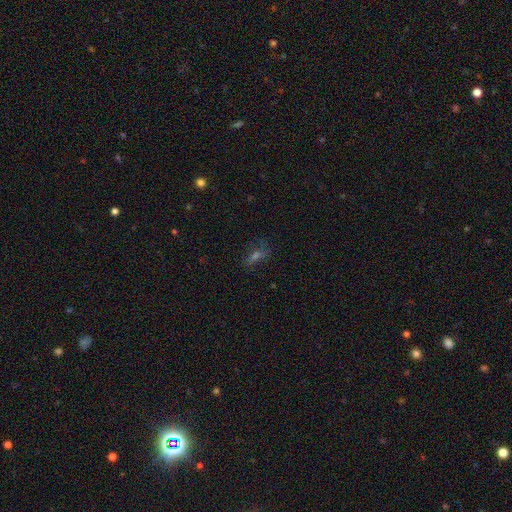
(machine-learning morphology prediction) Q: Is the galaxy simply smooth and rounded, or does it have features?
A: smooth — 38%.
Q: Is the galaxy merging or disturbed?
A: none — 69%.